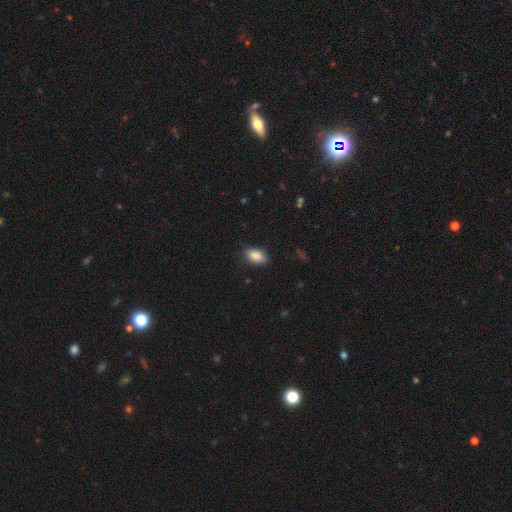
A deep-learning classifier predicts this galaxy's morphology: A smooth galaxy with no disk features (87%) that is in between round and cigar-shaped (91%). Merging: none (84%).